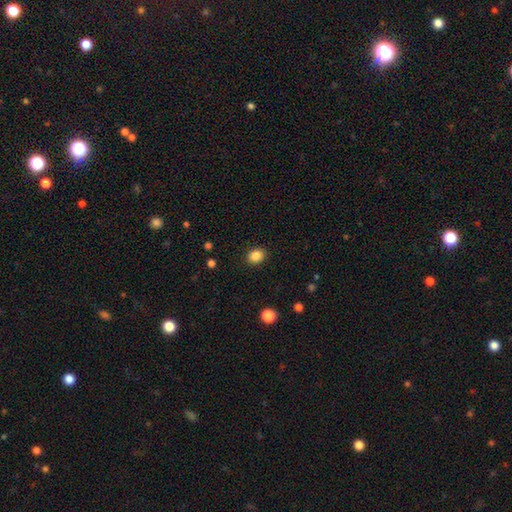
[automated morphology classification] Smooth or featured? smooth (87%)
How rounded? round (57%)
Merging? none (90%)